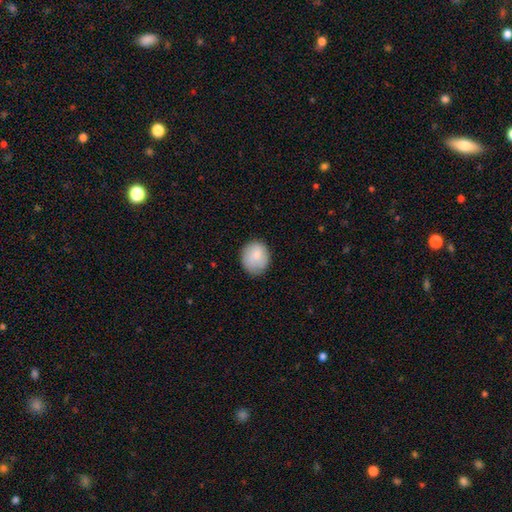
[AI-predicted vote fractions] Overall: smooth (83%). How rounded: round (73%). Merging: none (80%).